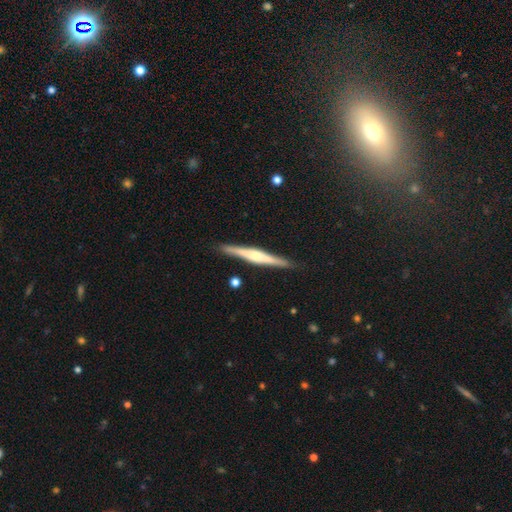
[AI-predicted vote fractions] A featured or disk galaxy (73%) viewed edge-on (98%) with a rounded central bulge (71%).

Vote fractions:
- Smooth or featured? featured or disk: 73% / smooth: 22% / star or artifact: 5%
- Edge-on disk? yes: 98% / no: 2%
- Edge-on bulge? rounded: 71% / boxy: 18% / none: 11%
- Merging? none: 89% / minor disturbance: 8% / major disturbance: 2% / merger: 1%